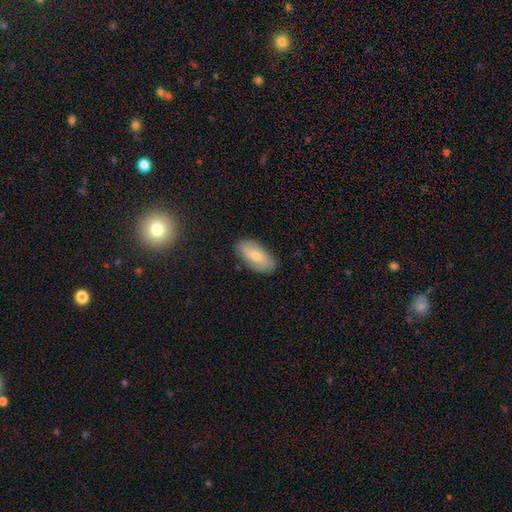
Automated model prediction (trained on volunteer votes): Q: Smooth or featured?
A: smooth (62%); runner-up: featured or disk (31%)
Q: How rounded?
A: in between (91%); runner-up: cigar-shaped (6%)
Q: Merging?
A: none (83%); runner-up: minor disturbance (13%)